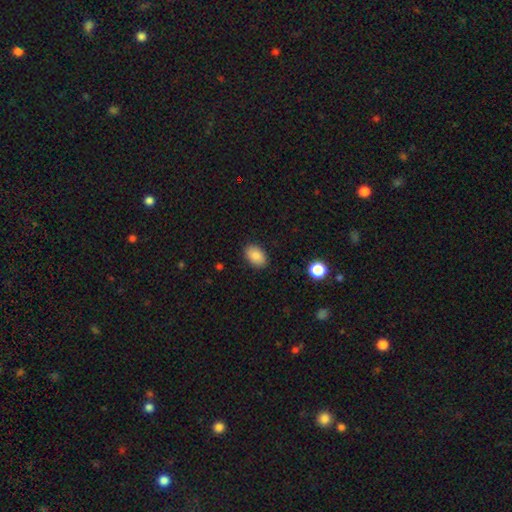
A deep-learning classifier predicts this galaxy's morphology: A smooth galaxy with no disk features (86%) that is in between round and cigar-shaped (86%).

Vote fractions:
- Smooth or featured? smooth: 86% / star or artifact: 8% / featured or disk: 6%
- How rounded? in between: 86% / round: 13% / cigar-shaped: 1%
- Merging? none: 88% / minor disturbance: 9% / major disturbance: 2% / merger: 1%